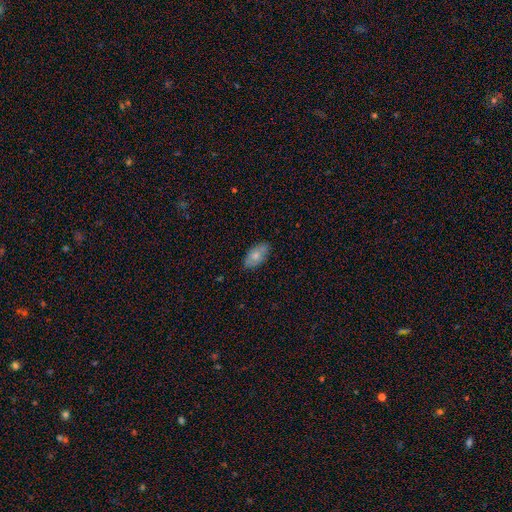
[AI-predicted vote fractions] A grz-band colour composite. It shows a smooth galaxy with no disk features (74%) that is in between round and cigar-shaped (93%). Merging: none (80%).